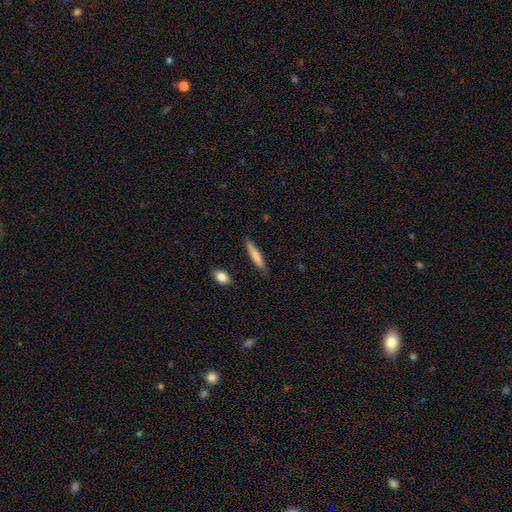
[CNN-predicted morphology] smooth 79%, featured or disk 15%, star or artifact 6%. Down the decision tree: how rounded — cigar-shaped (89%); merging — none (84%).